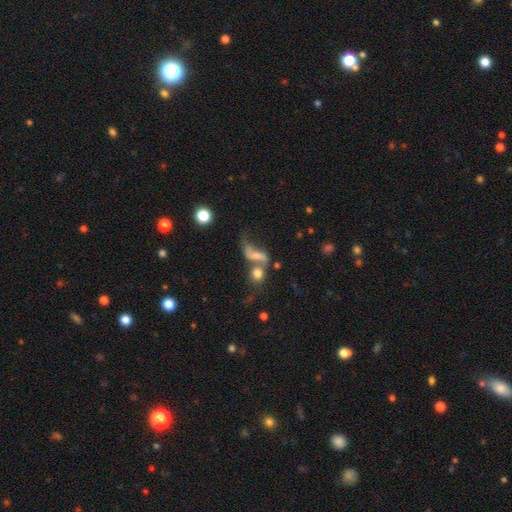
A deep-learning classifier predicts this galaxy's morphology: The model was most divided on "merging": merger: 43%, none: 24%, major disturbance: 21%, minor disturbance: 12%. More confident: edge-on disk — no (89%); smooth or featured — featured or disk (52%).